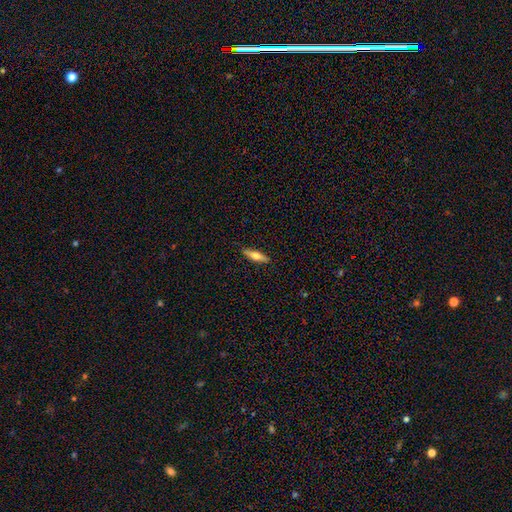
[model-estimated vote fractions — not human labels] Overall: smooth (54%; featured or disk 39%). How rounded: cigar-shaped (63%; in between 35%). Merging: none (88%).